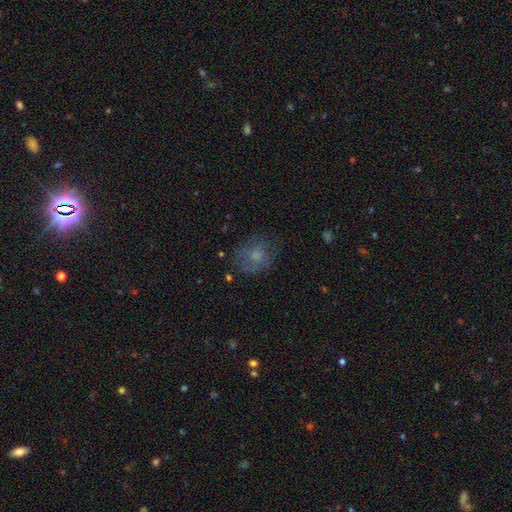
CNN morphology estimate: Smooth or featured?
  - smooth: 60% *
  - featured or disk: 28%
  - star or artifact: 12%
How rounded?
  - round: 69% *
  - in between: 29%
  - cigar-shaped: 1%
Merging?
  - none: 62% *
  - minor disturbance: 21%
  - major disturbance: 15%
  - merger: 2%